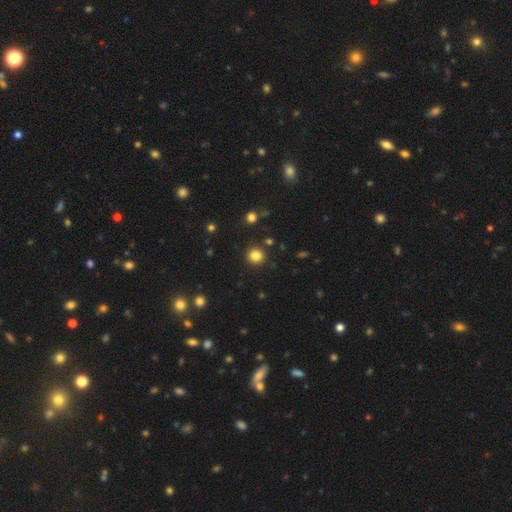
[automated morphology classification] Overall: smooth (83%). How rounded: round (93%). Merging: none (90%).